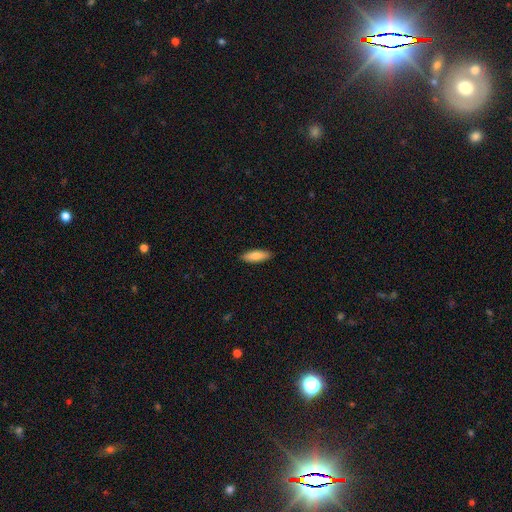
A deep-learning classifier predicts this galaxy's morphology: Smooth or featured: smooth — 81% (featured or disk — 13%)
How rounded: in between — 53% (cigar-shaped — 46%)
Merging: none — 89% (minor disturbance — 8%)